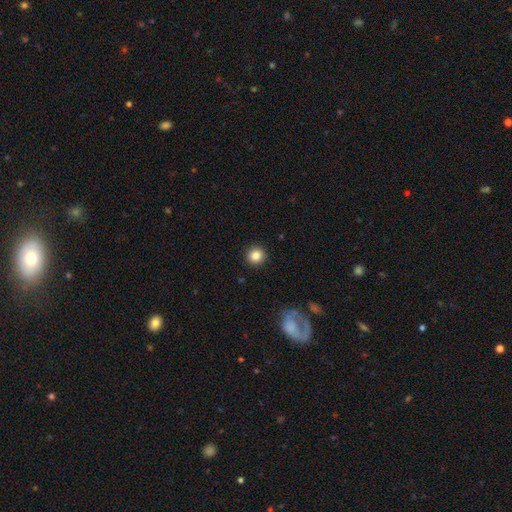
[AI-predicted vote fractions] Q: Smooth or featured?
A: smooth (85%); runner-up: star or artifact (10%)
Q: How rounded?
A: round (94%); runner-up: in between (5%)
Q: Merging?
A: none (92%); runner-up: minor disturbance (5%)